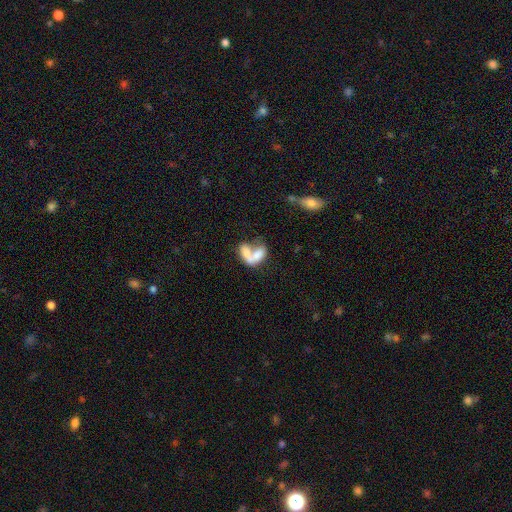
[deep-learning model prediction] Smooth or featured? smooth (63%)
How rounded? in between (86%)
Merging? merger (70%)